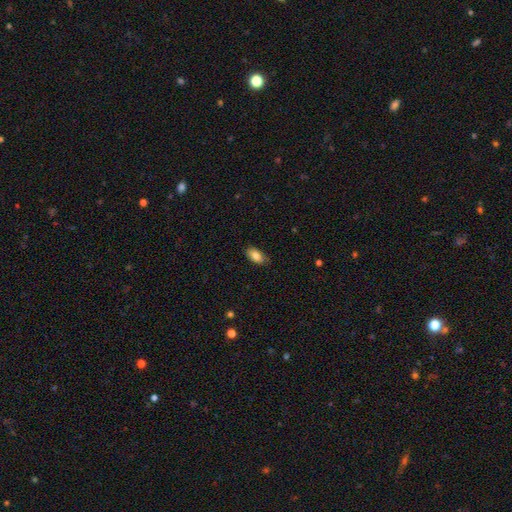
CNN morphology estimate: Smooth or featured: smooth — 84% (featured or disk — 9%)
How rounded: in between — 92% (round — 5%)
Merging: none — 82% (minor disturbance — 15%)